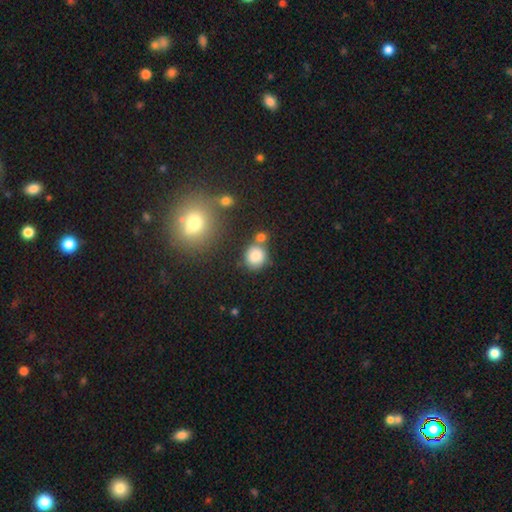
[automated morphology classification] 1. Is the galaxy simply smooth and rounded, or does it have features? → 83% smooth, 10% star or artifact, 7% featured or disk.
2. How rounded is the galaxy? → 79% round, 20% in between, 1% cigar-shaped.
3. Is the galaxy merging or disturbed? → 63% none, 20% merger, 13% minor disturbance, 5% major disturbance.